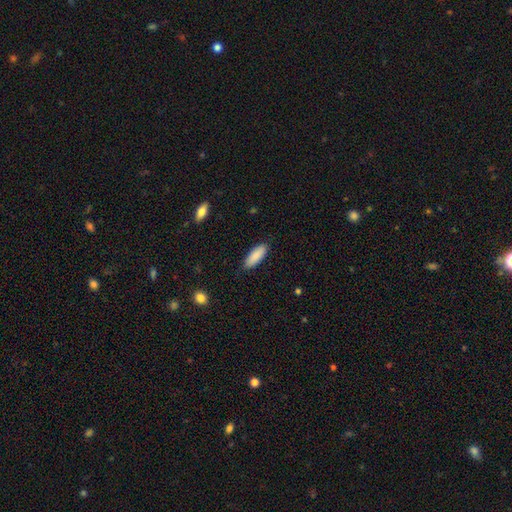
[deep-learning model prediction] Smooth or featured? Predicted: smooth (p=0.89). How rounded? Predicted: in between (p=0.64). Merging? Predicted: none (p=0.87).